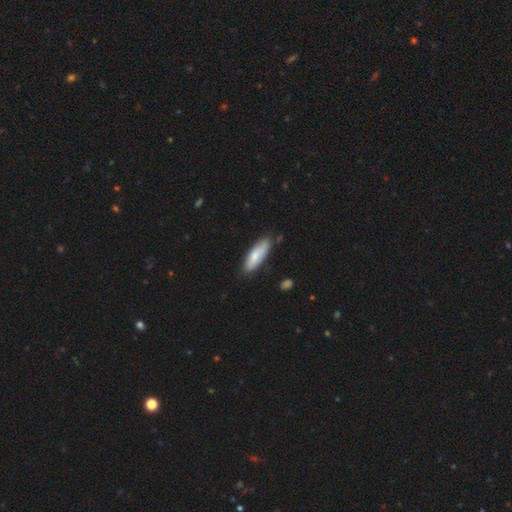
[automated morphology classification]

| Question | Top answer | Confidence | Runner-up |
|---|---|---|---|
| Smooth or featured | smooth | 77% | featured or disk (18%) |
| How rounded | in between | 54% | cigar-shaped (44%) |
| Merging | none | 74% | minor disturbance (20%) |